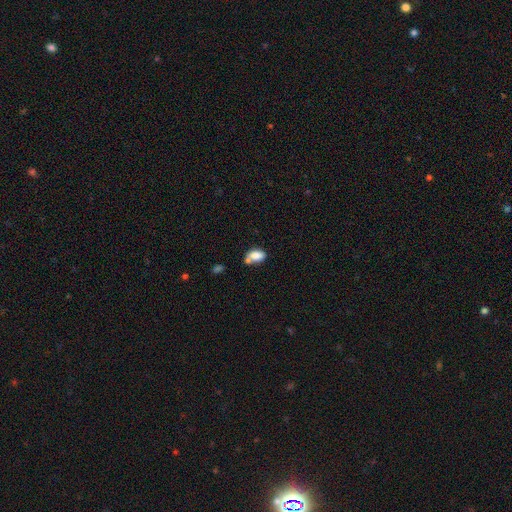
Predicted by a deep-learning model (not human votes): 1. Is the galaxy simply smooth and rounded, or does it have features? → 80% smooth, 11% featured or disk, 9% star or artifact.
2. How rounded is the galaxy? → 88% in between, 10% round, 3% cigar-shaped.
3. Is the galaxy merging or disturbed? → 42% none, 31% merger, 20% minor disturbance, 7% major disturbance.